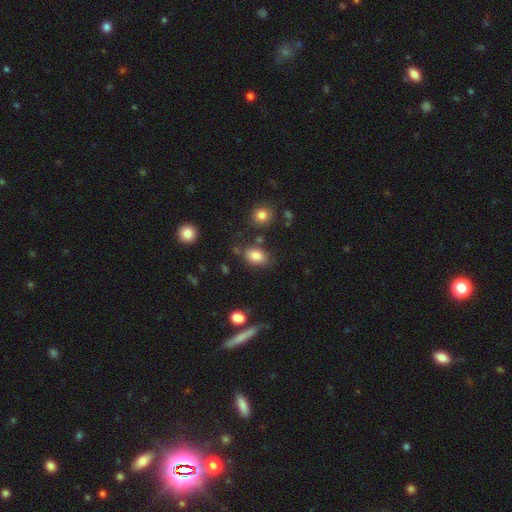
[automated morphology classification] smooth_or_featured: smooth (p=0.84) [alt: star or artifact p=0.10]
how_rounded: in between (p=0.83) [alt: round p=0.15]
merging: none (p=0.73) [alt: minor disturbance p=0.16]